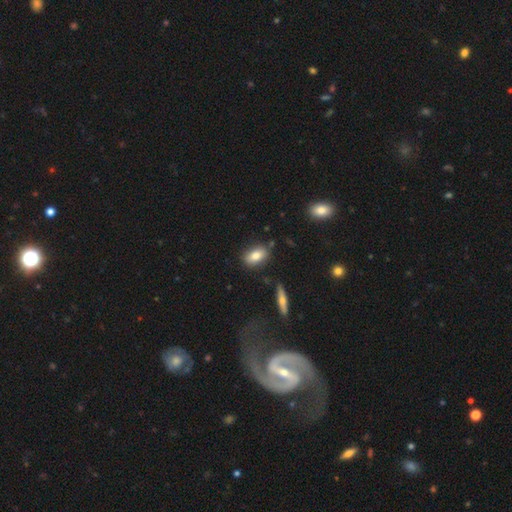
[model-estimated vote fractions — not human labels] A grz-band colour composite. It shows a smooth galaxy with no disk features (81%) that is in between round and cigar-shaped (86%). Merging: none (81%).